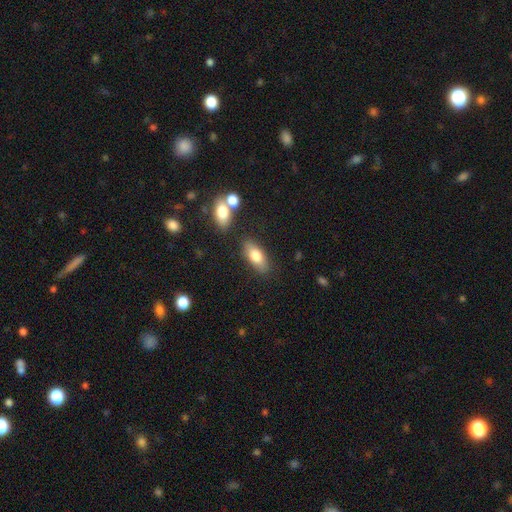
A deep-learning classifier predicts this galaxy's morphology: Smooth or featured? Predicted: smooth (p=0.77). How rounded? Predicted: in between (p=0.82). Merging? Predicted: none (p=0.79).